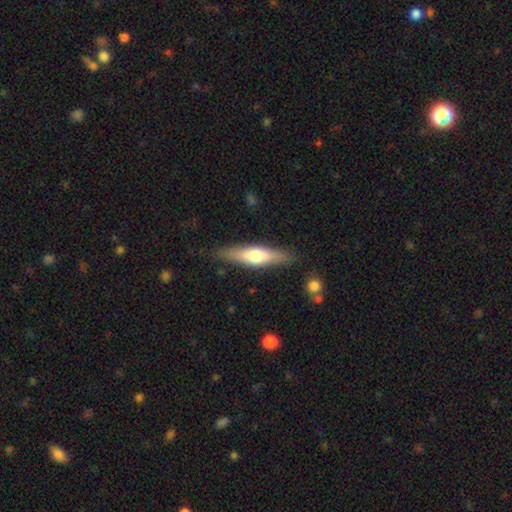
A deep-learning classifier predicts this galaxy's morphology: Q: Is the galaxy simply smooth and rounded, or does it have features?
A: smooth — 53%.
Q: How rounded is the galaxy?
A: cigar-shaped — 72%.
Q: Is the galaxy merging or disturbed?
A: none — 85%.